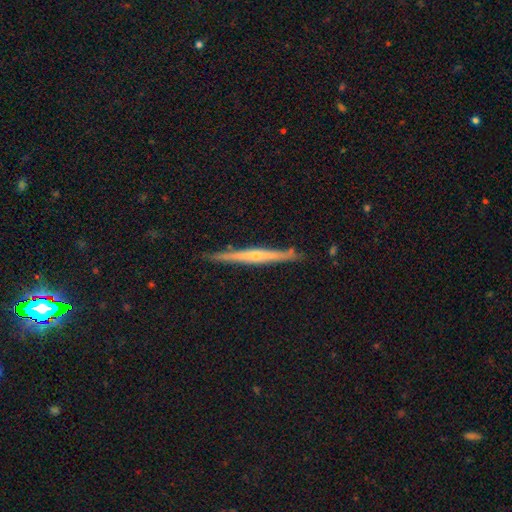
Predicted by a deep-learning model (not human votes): Morphology: type=featured or disk (75%); edge-on=yes (97%); edge-on bulge=rounded (71%); merging=none (89%).